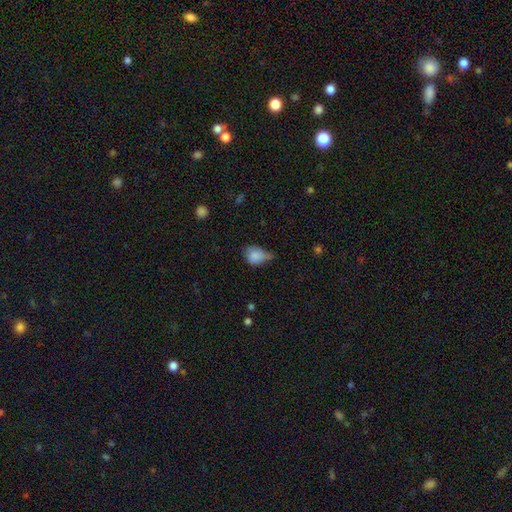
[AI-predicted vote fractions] A smooth galaxy with no disk features (80%) that is round (51%).

Vote fractions:
- Smooth or featured? smooth: 80% / featured or disk: 11% / star or artifact: 10%
- How rounded? round: 51% / in between: 48% / cigar-shaped: 2%
- Merging? minor disturbance: 44% / none: 31% / major disturbance: 16% / merger: 9%